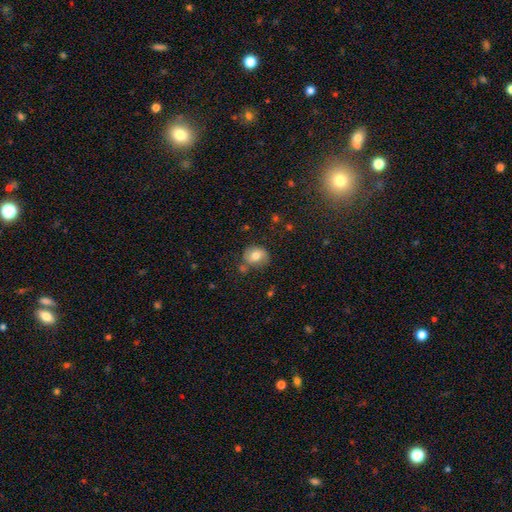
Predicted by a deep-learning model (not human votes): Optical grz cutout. It shows a smooth galaxy with no disk features (72%) that is round (56%). Merging: none (64%).